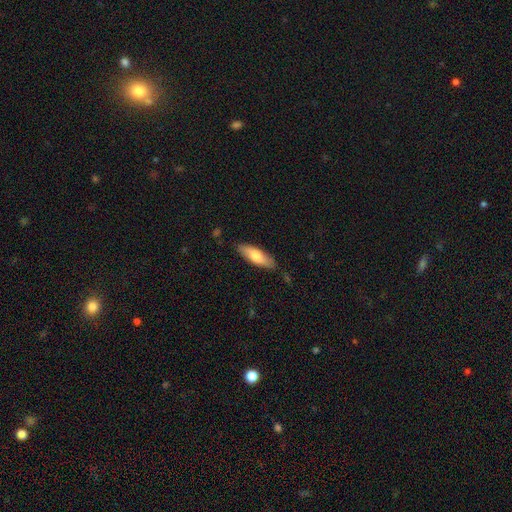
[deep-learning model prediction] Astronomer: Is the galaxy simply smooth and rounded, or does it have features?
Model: smooth — 73%.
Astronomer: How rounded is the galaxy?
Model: in between — 57% (runner-up: cigar-shaped, 42%).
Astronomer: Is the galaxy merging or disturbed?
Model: none — 83%.